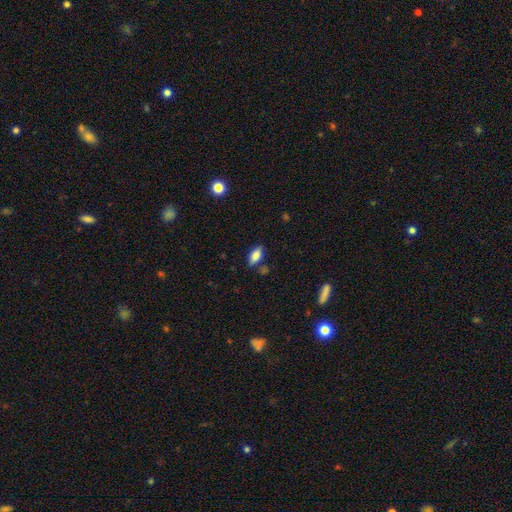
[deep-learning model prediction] Morphology: type=smooth (82%); roundness=in between (85%); merging=none (74%).